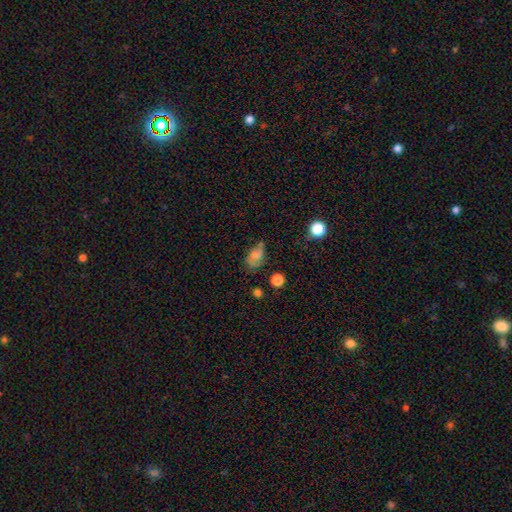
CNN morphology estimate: A smooth galaxy with no disk features (67%) that is in between round and cigar-shaped (84%).

Vote fractions:
- Smooth or featured? smooth: 67% / featured or disk: 19% / star or artifact: 14%
- How rounded? in between: 84% / round: 13% / cigar-shaped: 4%
- Merging? none: 41% / minor disturbance: 33% / major disturbance: 19% / merger: 7%